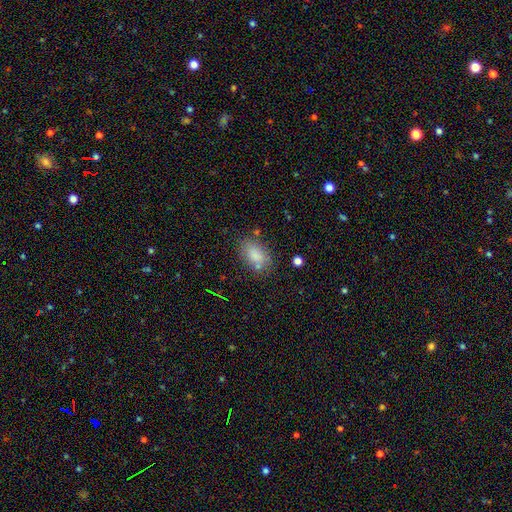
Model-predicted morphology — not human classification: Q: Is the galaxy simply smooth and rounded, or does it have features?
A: smooth — 81%.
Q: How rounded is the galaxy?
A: in between — 86%.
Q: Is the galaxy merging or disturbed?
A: none — 68%.